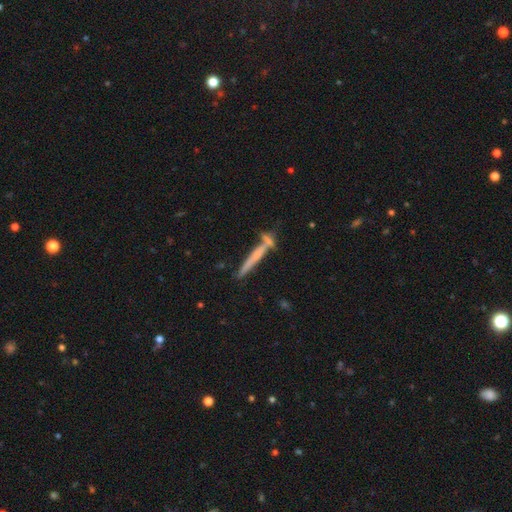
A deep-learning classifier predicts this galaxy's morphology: smooth 48%, featured or disk 44%, star or artifact 8%. Down the decision tree: merging — none (66%).